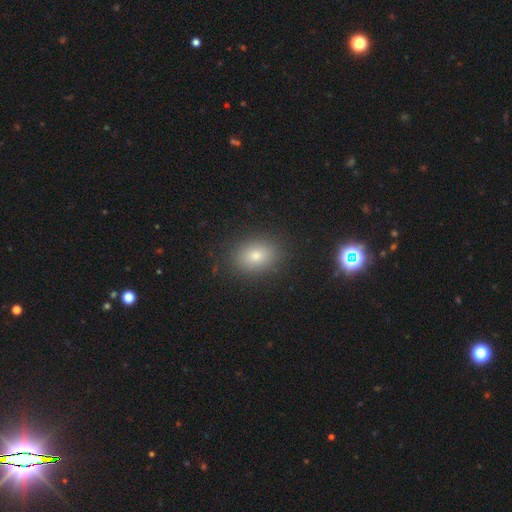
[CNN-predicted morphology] Smooth or featured?
  - smooth: 76% *
  - star or artifact: 15%
  - featured or disk: 10%
How rounded?
  - in between: 65% *
  - round: 34%
  - cigar-shaped: 1%
Merging?
  - none: 87% *
  - minor disturbance: 8%
  - major disturbance: 3%
  - merger: 2%